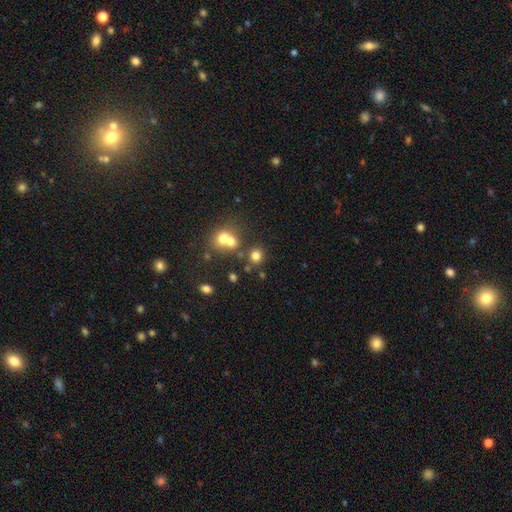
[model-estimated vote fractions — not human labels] Smooth or featured: smooth — 74% (star or artifact — 16%)
How rounded: round — 82% (in between — 17%)
Merging: none — 62% (merger — 27%)